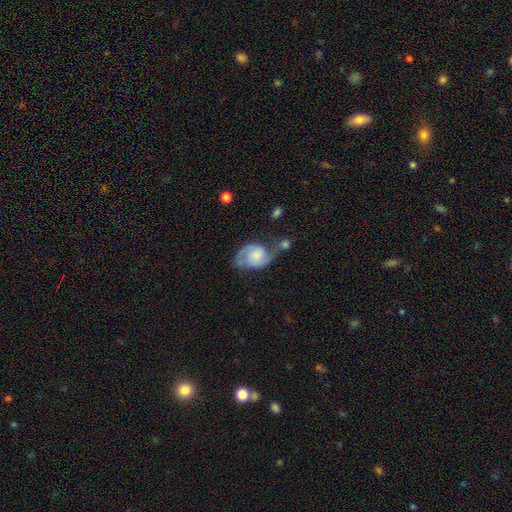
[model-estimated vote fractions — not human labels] Q: Smooth or featured?
A: featured or disk (63%); runner-up: smooth (30%)
Q: Edge-on disk?
A: no (97%); runner-up: yes (3%)
Q: Bar?
A: no (65%); runner-up: weak (30%)
Q: Spiral arms?
A: yes (90%); runner-up: no (10%)
Q: Spiral winding?
A: medium (45%); runner-up: loose (32%)
Q: Spiral arm count?
A: 2 (83%); runner-up: 1 (7%)
Q: Bulge size?
A: none (26%); runner-up: large (24%)
Q: Merging?
A: none (36%); runner-up: minor disturbance (25%)